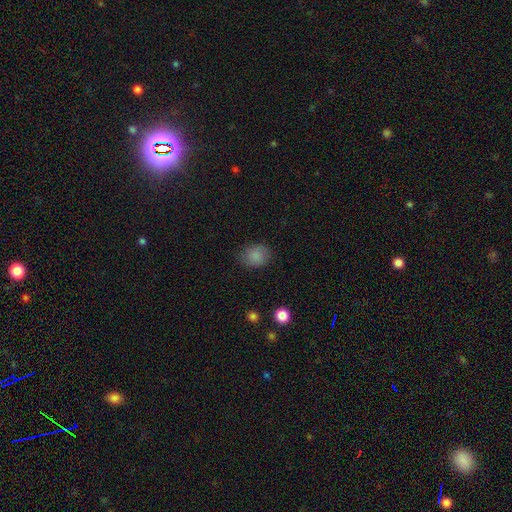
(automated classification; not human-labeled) A smooth galaxy with no disk features (84%) that is round (55%). Merging: none (75%).